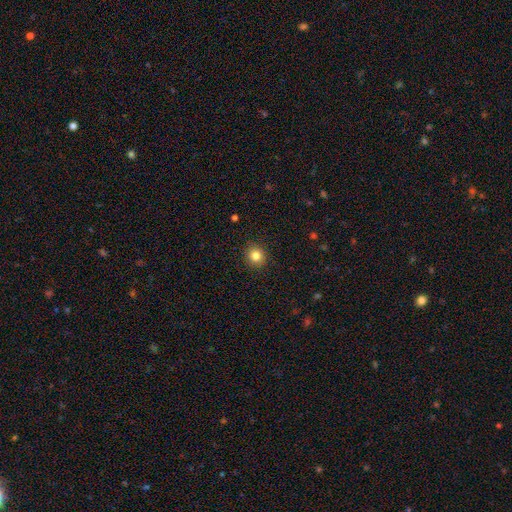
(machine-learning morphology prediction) Q: Smooth or featured?
A: smooth (83%); runner-up: star or artifact (11%)
Q: How rounded?
A: round (89%); runner-up: in between (10%)
Q: Merging?
A: none (91%); runner-up: minor disturbance (6%)